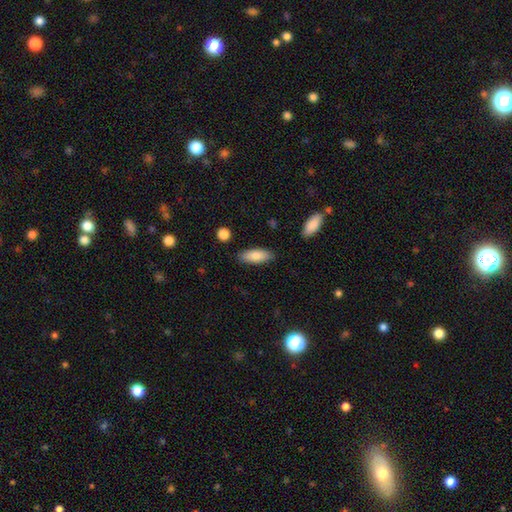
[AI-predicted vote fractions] Overall: smooth (85%). How rounded: in between (72%). Merging: none (85%).